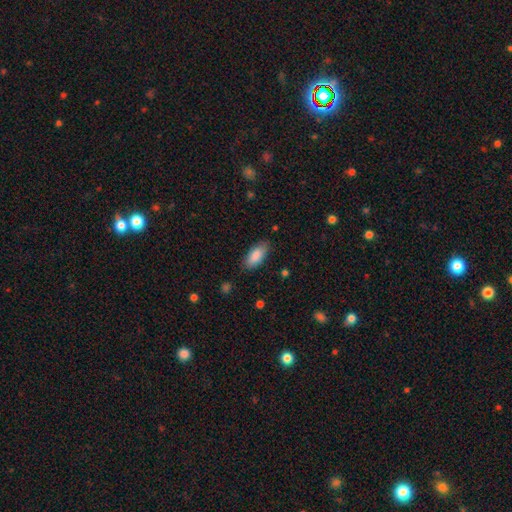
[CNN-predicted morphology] Smooth or featured? Predicted: smooth (p=0.87). How rounded? Predicted: in between (p=0.87). Merging? Predicted: none (p=0.82).